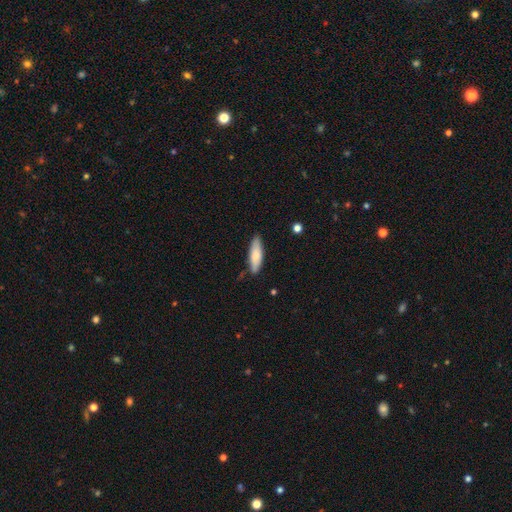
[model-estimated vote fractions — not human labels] Overall: smooth (77%). How rounded: cigar-shaped (50%; in between 48%). Merging: none (79%).